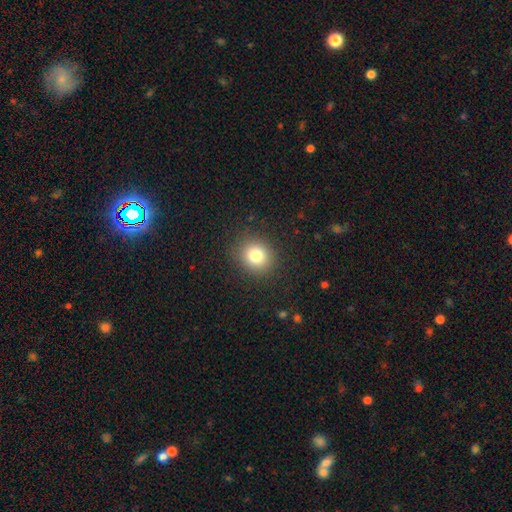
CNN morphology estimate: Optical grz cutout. It shows a smooth galaxy with no disk features (80%) that is round (78%). Merging: none (88%).